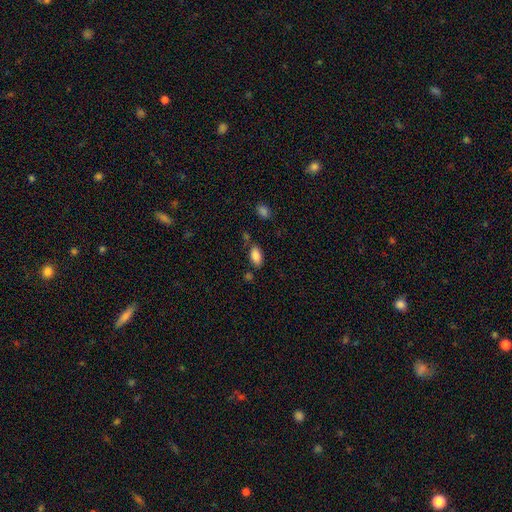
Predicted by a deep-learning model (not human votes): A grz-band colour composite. It shows a smooth galaxy with no disk features (86%) that is in between round and cigar-shaped (93%). Merging: none (74%).